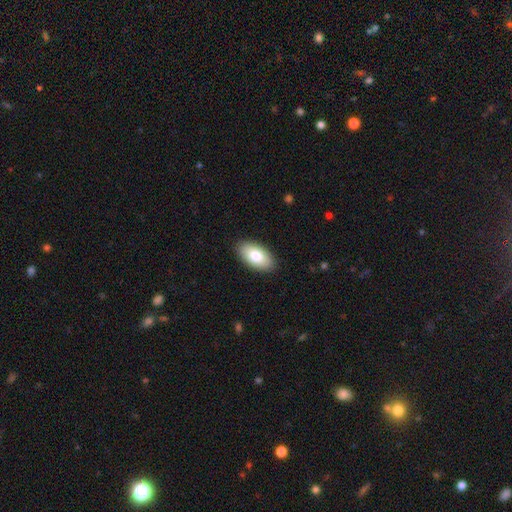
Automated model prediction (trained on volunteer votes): smooth 81%, featured or disk 13%, star or artifact 6%. Down the decision tree: how rounded — in between (95%); merging — none (90%).